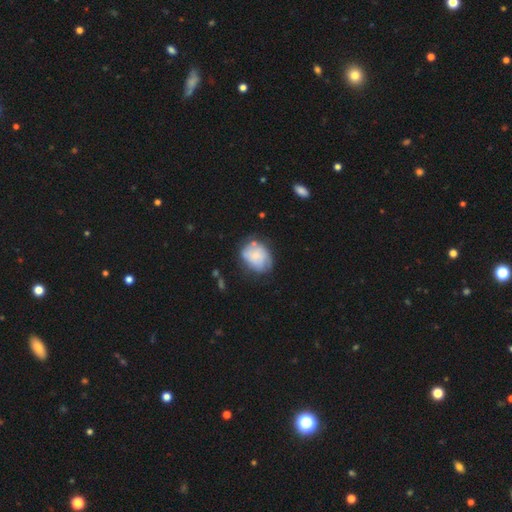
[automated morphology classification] A smooth galaxy with no disk features (51%) that is in between round and cigar-shaped (56%).

Vote fractions:
- Smooth or featured? smooth: 51% / featured or disk: 41% / star or artifact: 8%
- How rounded? in between: 56% / round: 43% / cigar-shaped: 1%
- Merging? none: 52% / minor disturbance: 29% / major disturbance: 13% / merger: 5%